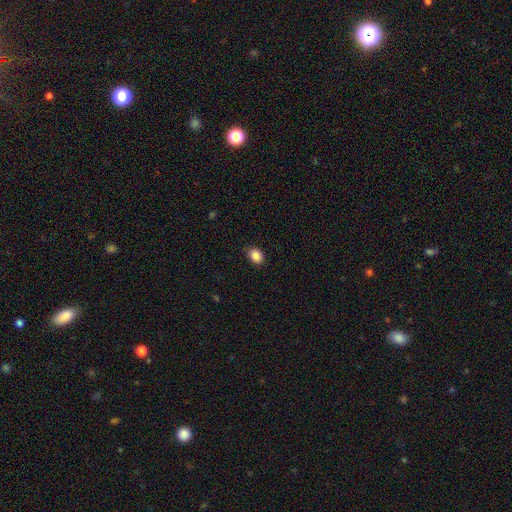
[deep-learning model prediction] Smooth or featured?
  - smooth: 87% *
  - star or artifact: 9%
  - featured or disk: 4%
How rounded?
  - in between: 62% *
  - round: 37%
  - cigar-shaped: 1%
Merging?
  - none: 83% *
  - minor disturbance: 13%
  - major disturbance: 2%
  - merger: 1%